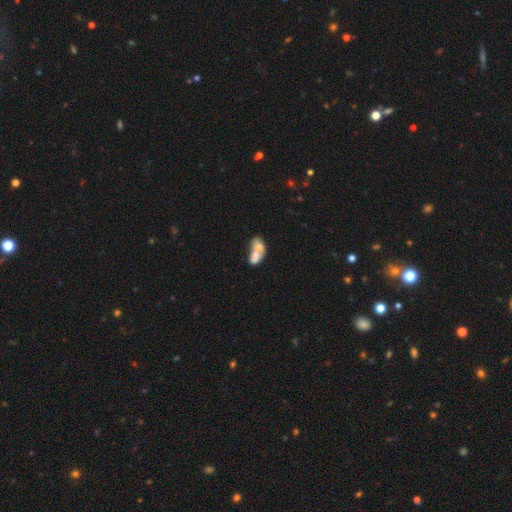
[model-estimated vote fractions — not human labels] Smooth or featured? smooth (58%)
How rounded? in between (82%)
Merging? merger (70%)